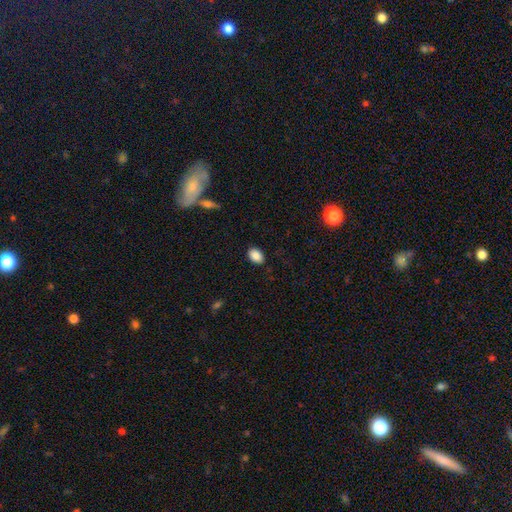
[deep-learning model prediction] smooth 89%, star or artifact 8%, featured or disk 4%. Down the decision tree: how rounded — in between (85%); merging — none (87%).